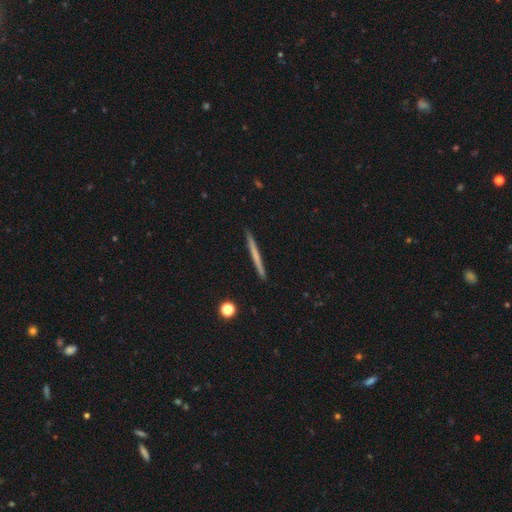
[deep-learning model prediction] smooth 54%, featured or disk 40%, star or artifact 6%. Down the decision tree: how rounded — cigar-shaped (97%); merging — none (92%).